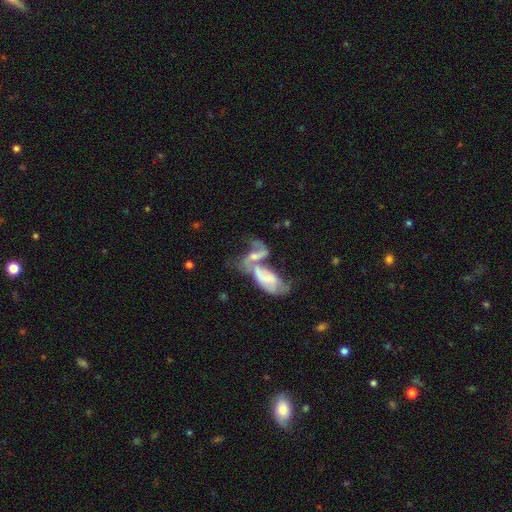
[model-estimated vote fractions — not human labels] The model was most divided on "bulge size": small: 36%, moderate: 34%, none: 22%, large: 7%, dominant: 2%. More confident: edge-on disk — no (92%); spiral arms — yes (76%); merging — merger (72%); smooth or featured — featured or disk (64%); bar — no (54%).